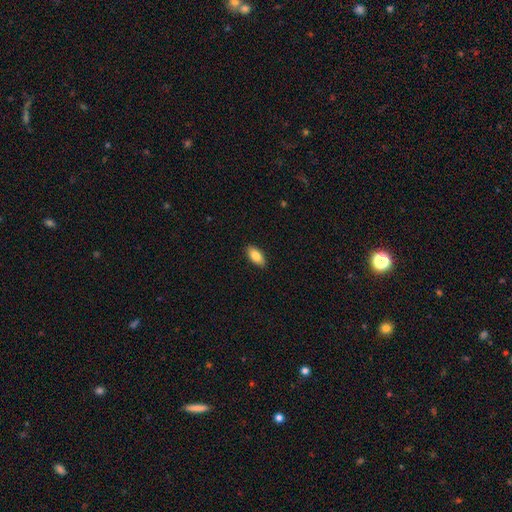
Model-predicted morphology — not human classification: Overall: smooth (84%). How rounded: in between (90%). Merging: none (88%).